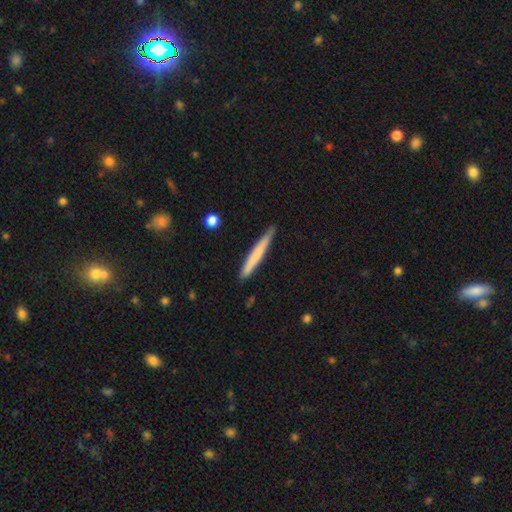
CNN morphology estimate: This is likely a smooth galaxy (66%). How rounded: clearly cigar-shaped (97%). Merging: clearly none (86%).